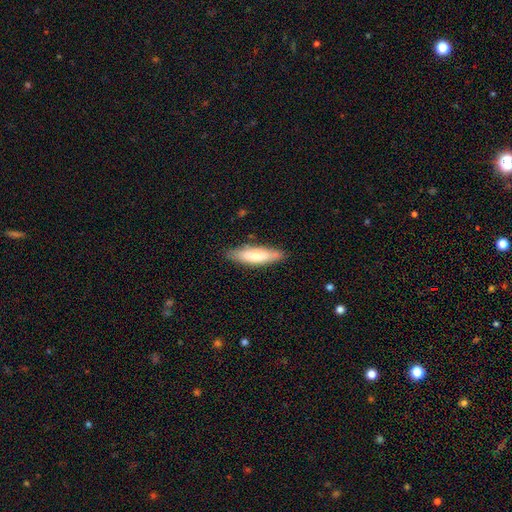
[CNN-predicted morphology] The model was most divided on "how rounded": cigar-shaped: 62%, in between: 37%, round: 1%. More confident: merging — none (82%); smooth or featured — smooth (71%).